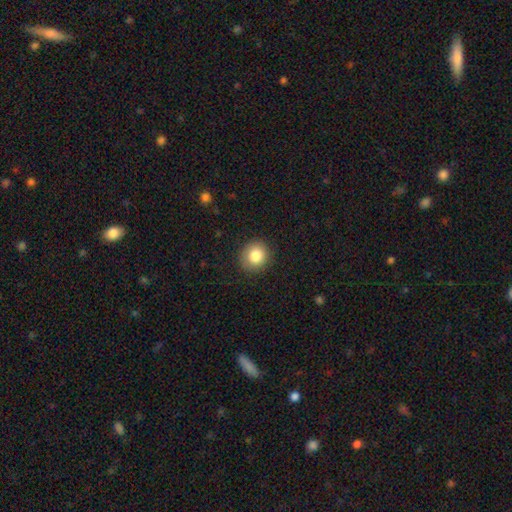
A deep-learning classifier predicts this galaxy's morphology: Q: Smooth or featured?
A: smooth (84%); runner-up: star or artifact (9%)
Q: How rounded?
A: round (85%); runner-up: in between (14%)
Q: Merging?
A: none (89%); runner-up: minor disturbance (8%)